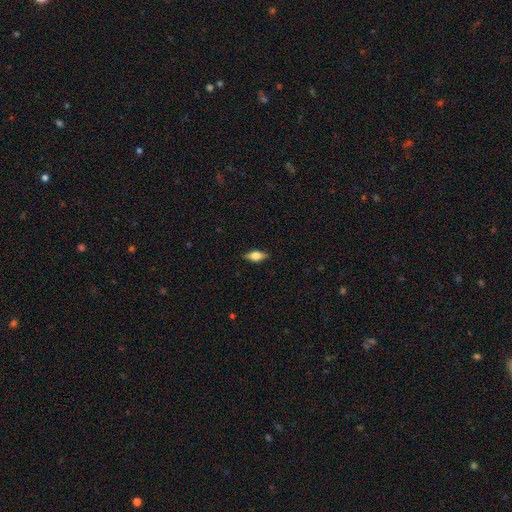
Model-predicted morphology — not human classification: Q: Smooth or featured?
A: smooth (53%); runner-up: featured or disk (39%)
Q: How rounded?
A: in between (76%); runner-up: cigar-shaped (19%)
Q: Merging?
A: none (86%); runner-up: minor disturbance (11%)